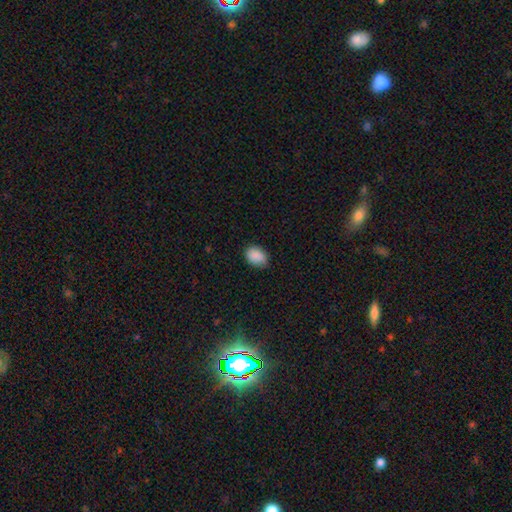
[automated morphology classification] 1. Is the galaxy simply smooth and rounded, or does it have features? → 89% smooth, 7% star or artifact, 3% featured or disk.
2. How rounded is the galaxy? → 77% in between, 22% round, 1% cigar-shaped.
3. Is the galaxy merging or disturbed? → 79% none, 17% minor disturbance, 3% major disturbance, 1% merger.